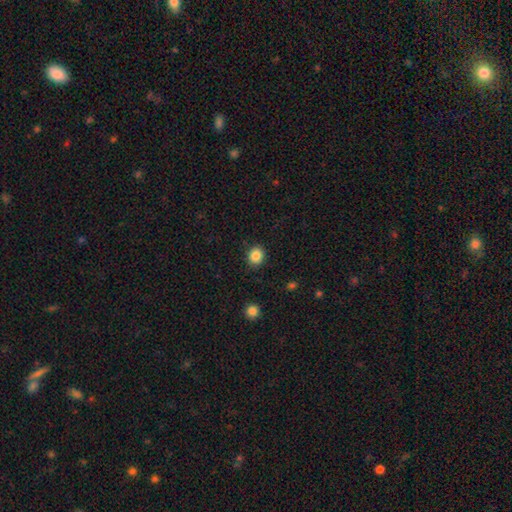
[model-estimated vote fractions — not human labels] This appears to be a smooth galaxy with no disk features (86%) that is round (74%). Merging: none (90%).